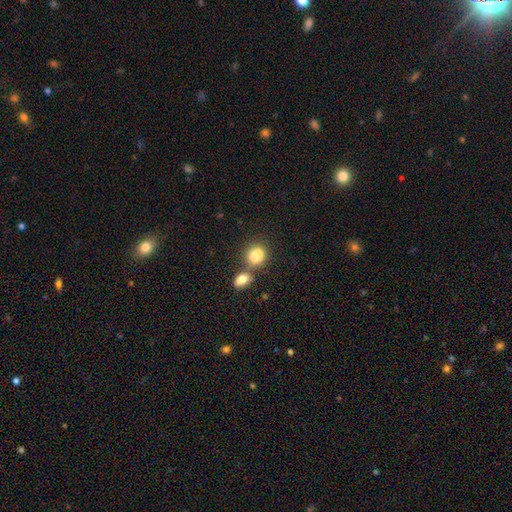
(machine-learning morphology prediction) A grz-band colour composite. It shows a smooth galaxy with no disk features (79%) that is round (66%). Merging: merger (49%).